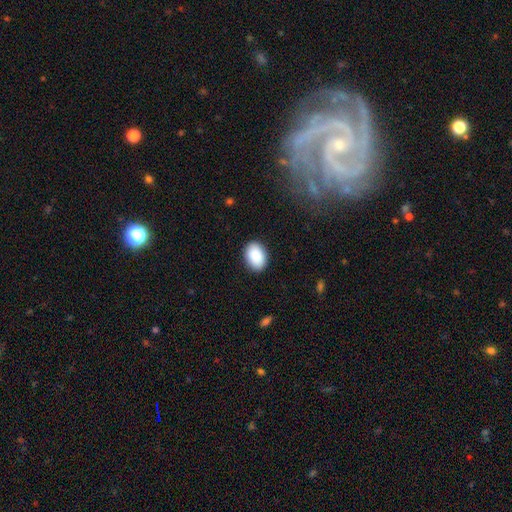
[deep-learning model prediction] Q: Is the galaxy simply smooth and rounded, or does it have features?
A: smooth — 91%.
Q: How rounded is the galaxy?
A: in between — 84%.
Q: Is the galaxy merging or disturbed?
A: none — 88%.